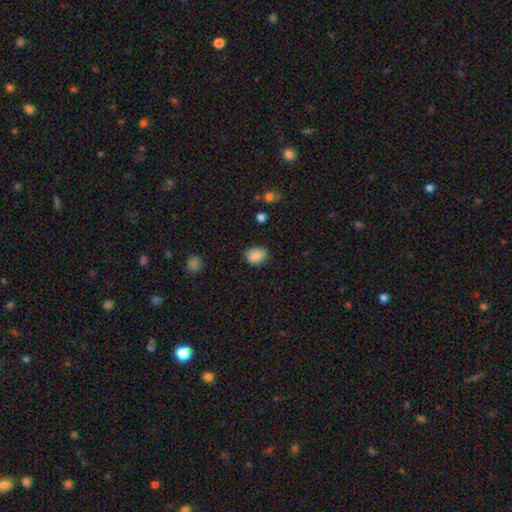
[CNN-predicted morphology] Overall: smooth (88%). How rounded: in between (64%; round 35%). Merging: none (80%).